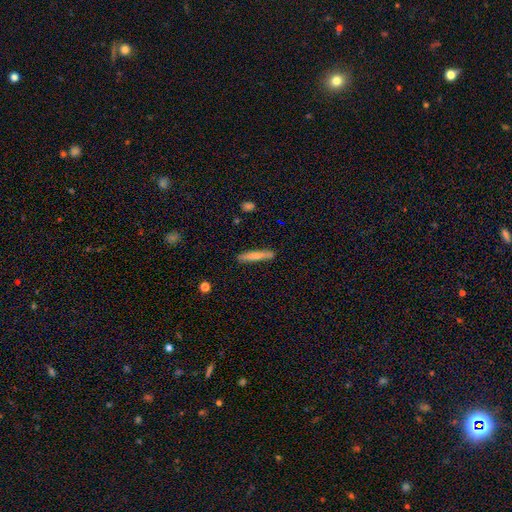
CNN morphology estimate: Q: Smooth or featured?
A: smooth (69%); runner-up: featured or disk (25%)
Q: How rounded?
A: cigar-shaped (93%); runner-up: in between (6%)
Q: Merging?
A: none (85%); runner-up: minor disturbance (11%)